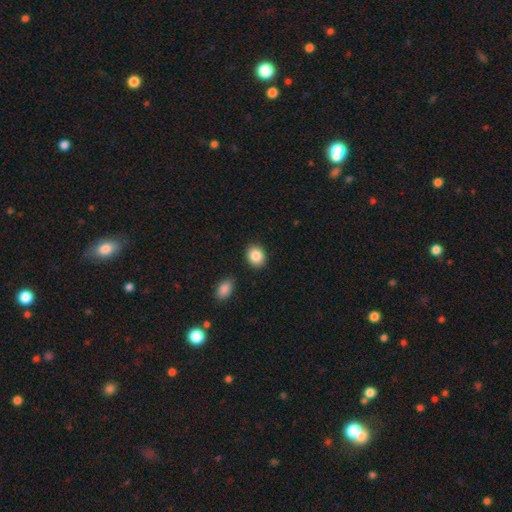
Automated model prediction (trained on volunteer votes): Smooth or featured? smooth (87%)
How rounded? round (59%)
Merging? none (86%)